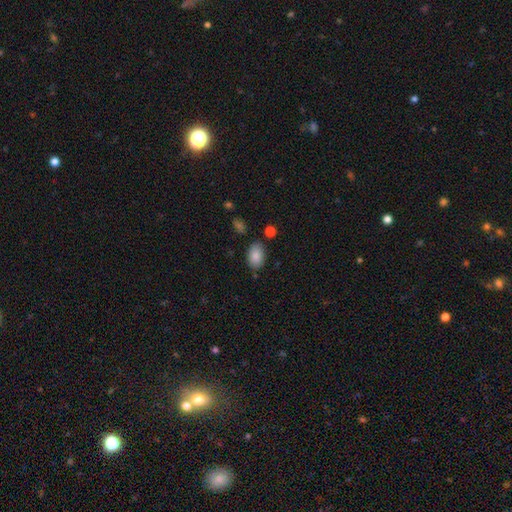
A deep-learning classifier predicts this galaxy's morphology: smooth-or-featured: smooth: 85% | featured or disk: 8% | star or artifact: 7%
  how-rounded: in between: 91% | round: 8% | cigar-shaped: 1%
  merging: none: 81% | minor disturbance: 13% | merger: 4% | major disturbance: 3%